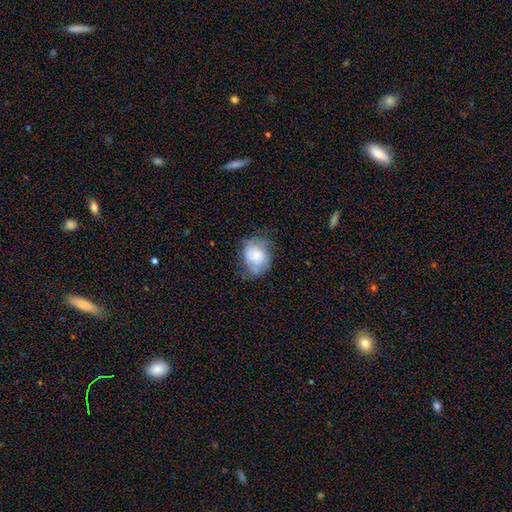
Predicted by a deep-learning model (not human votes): smooth 53%, featured or disk 39%, star or artifact 9%. Down the decision tree: how rounded — round (54%); merging — none (54%).